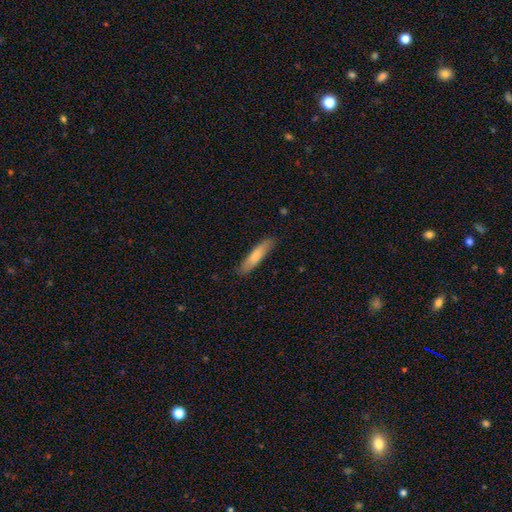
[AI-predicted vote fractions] This appears to be a smooth galaxy with no disk features (79%) that is cigar-shaped (79%). Merging: none (86%).